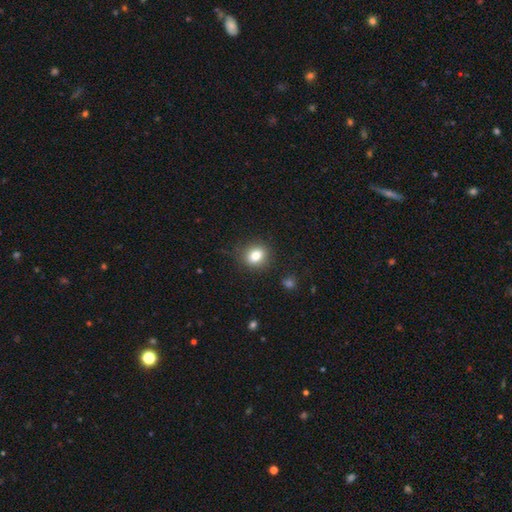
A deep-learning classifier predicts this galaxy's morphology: smooth_or_featured: smooth (p=0.81) [alt: star or artifact p=0.11]
how_rounded: round (p=0.58) [alt: in between p=0.41]
merging: none (p=0.84) [alt: minor disturbance p=0.11]